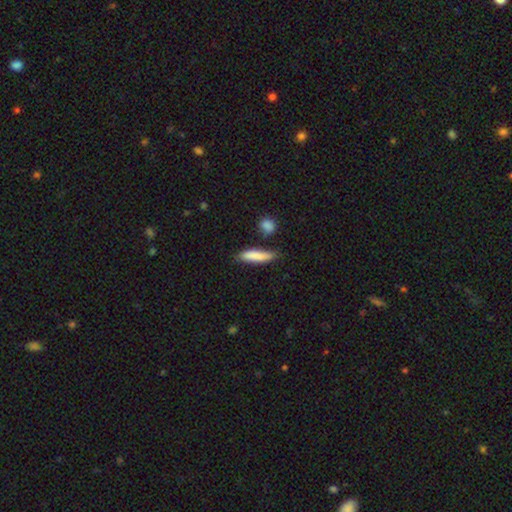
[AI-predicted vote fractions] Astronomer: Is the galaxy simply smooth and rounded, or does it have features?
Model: smooth — 84%.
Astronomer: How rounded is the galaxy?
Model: cigar-shaped — 75%.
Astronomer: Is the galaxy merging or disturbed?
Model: none — 74%.